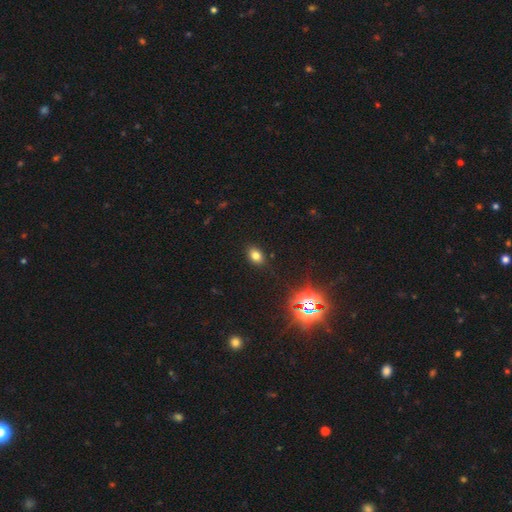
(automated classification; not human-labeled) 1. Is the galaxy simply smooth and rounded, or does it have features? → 75% smooth, 18% star or artifact, 7% featured or disk.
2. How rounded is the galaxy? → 77% in between, 21% round, 2% cigar-shaped.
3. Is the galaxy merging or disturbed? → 86% none, 10% minor disturbance, 3% major disturbance, 1% merger.